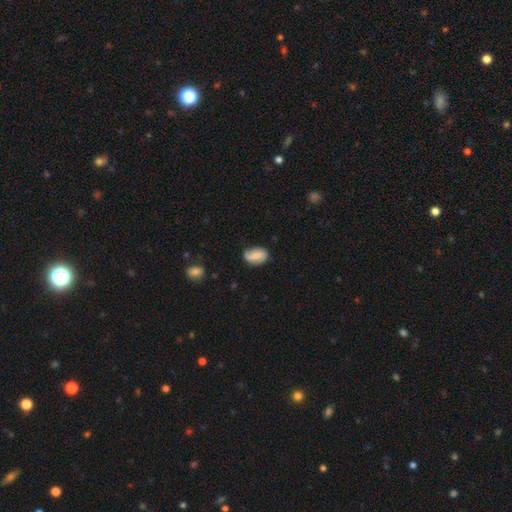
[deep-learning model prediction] Smooth or featured? Predicted: smooth (p=0.56). How rounded? Predicted: in between (p=0.86). Merging? Predicted: none (p=0.65).